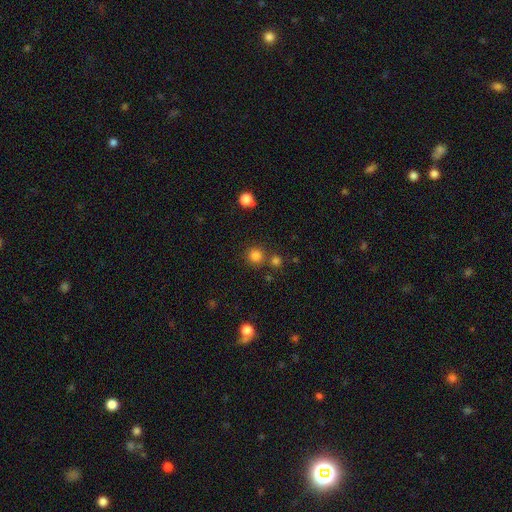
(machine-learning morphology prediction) Overall: smooth (81%). How rounded: round (92%). Merging: none (77%).